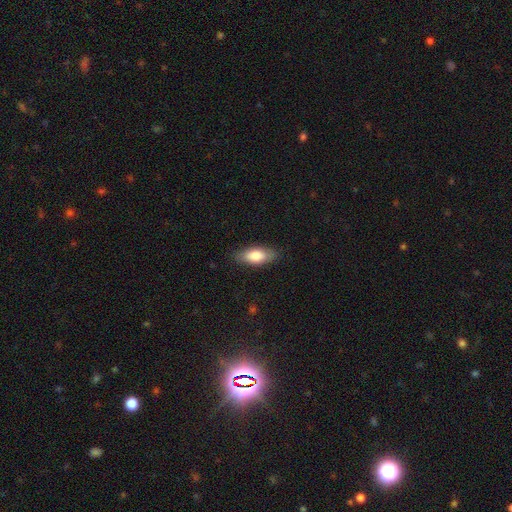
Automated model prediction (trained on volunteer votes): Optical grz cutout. It shows a smooth galaxy with no disk features (77%) that is in between round and cigar-shaped (83%). Merging: none (84%).